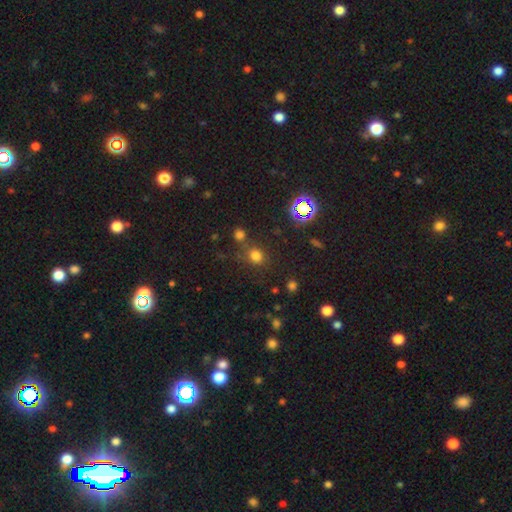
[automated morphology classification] type=smooth (71%); roundness=round (81%); merging=none (70%).